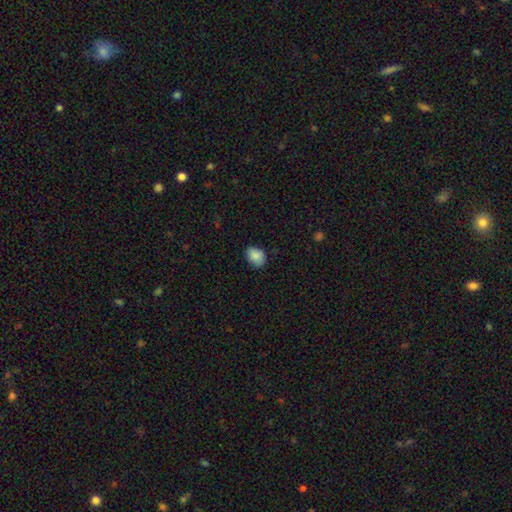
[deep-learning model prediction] Smooth or featured?
  - smooth: 86% *
  - star or artifact: 8%
  - featured or disk: 6%
How rounded?
  - in between: 63% *
  - round: 36%
  - cigar-shaped: 1%
Merging?
  - none: 76% *
  - minor disturbance: 20%
  - major disturbance: 3%
  - merger: 1%